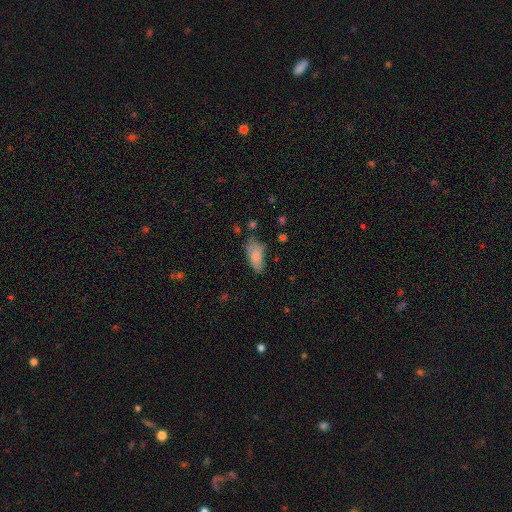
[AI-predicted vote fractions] The model was most divided on "merging": none: 55%, minor disturbance: 31%, major disturbance: 10%, merger: 4%. More confident: how rounded — in between (88%); smooth or featured — smooth (81%).